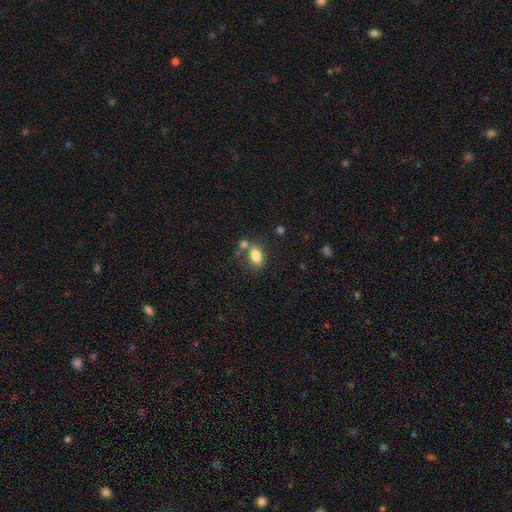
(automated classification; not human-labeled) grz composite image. It shows a smooth galaxy with no disk features (82%) that is in between round and cigar-shaped (89%). Merging: none (66%).